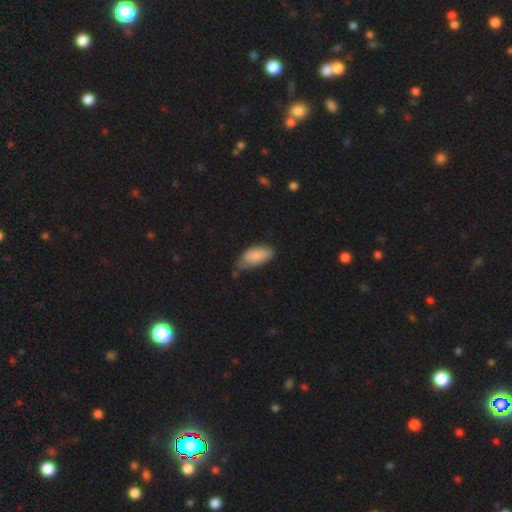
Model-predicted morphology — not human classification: Smooth or featured? Predicted: smooth (p=0.84). How rounded? Predicted: in between (p=0.89). Merging? Predicted: none (p=0.56).